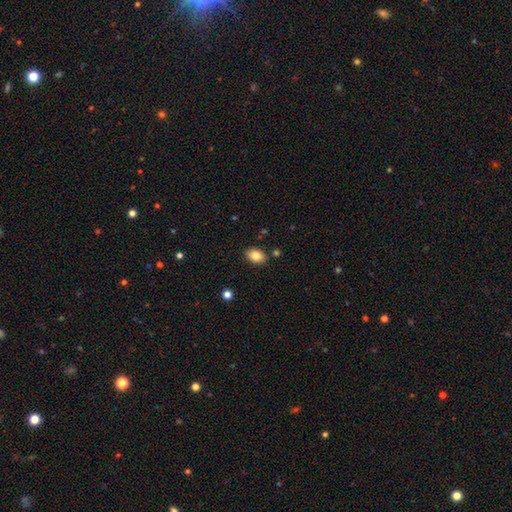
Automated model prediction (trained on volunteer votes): A smooth galaxy with no disk features (83%) that is in between round and cigar-shaped (82%).

Vote fractions:
- Smooth or featured? smooth: 83% / featured or disk: 9% / star or artifact: 9%
- How rounded? in between: 82% / round: 17% / cigar-shaped: 1%
- Merging? none: 86% / minor disturbance: 9% / merger: 3% / major disturbance: 2%